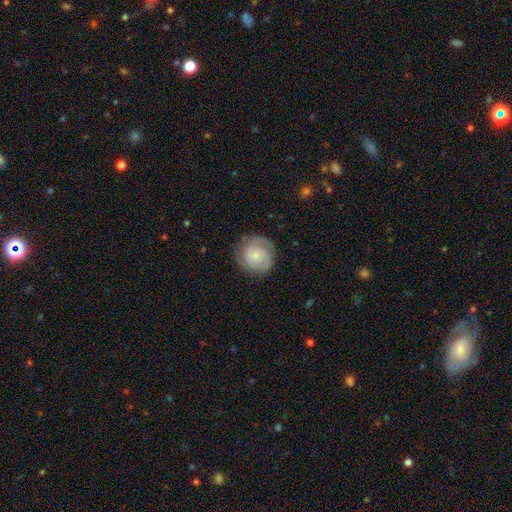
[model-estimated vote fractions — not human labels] Overall: featured or disk (49%; smooth 44%). Merging: none (78%).